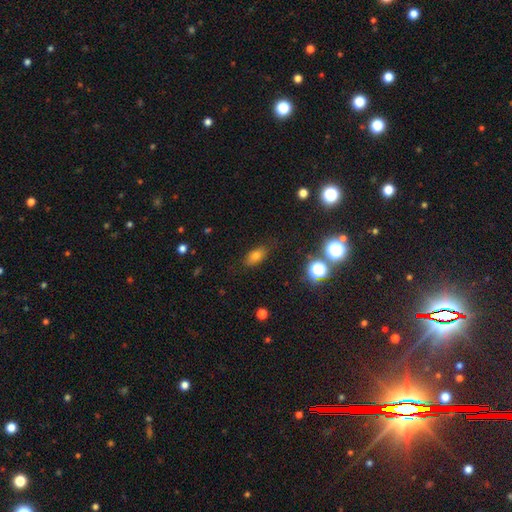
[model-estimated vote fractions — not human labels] Smooth or featured? smooth (72%)
How rounded? in between (82%)
Merging? none (82%)